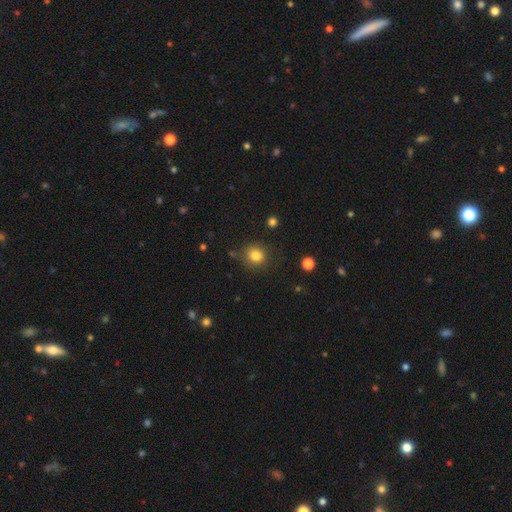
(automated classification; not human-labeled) Smooth or featured? Predicted: smooth (p=0.82). How rounded? Predicted: round (p=0.87). Merging? Predicted: none (p=0.81).